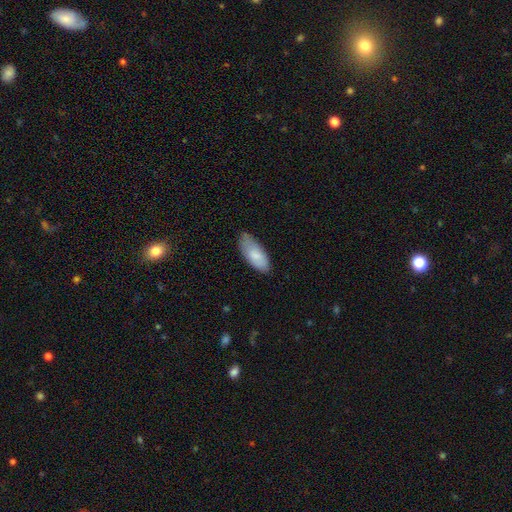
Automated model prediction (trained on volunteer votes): Smooth or featured? smooth (82%)
How rounded? in between (84%)
Merging? none (64%)